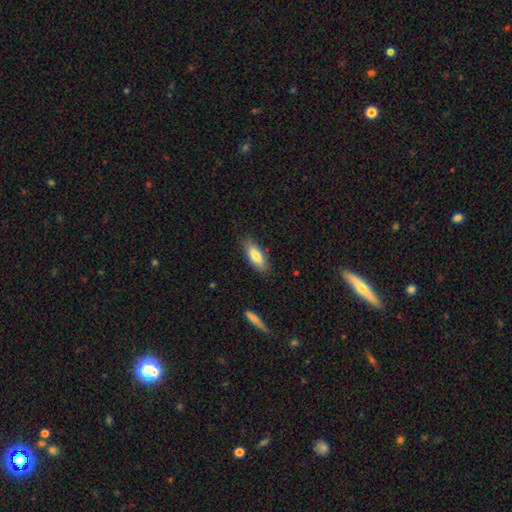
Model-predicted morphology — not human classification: A smooth galaxy with no disk features (77%) that is in between round and cigar-shaped (68%). Merging: none (83%).